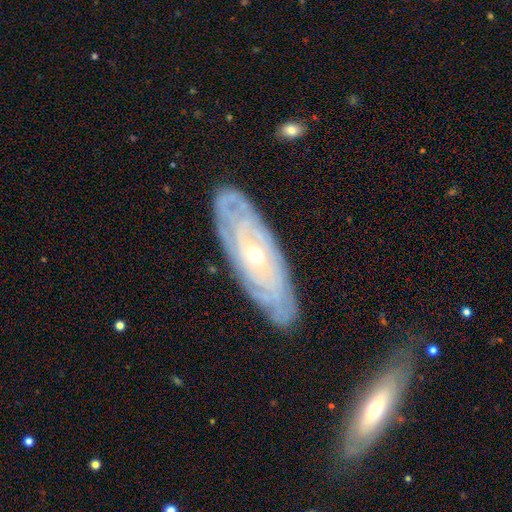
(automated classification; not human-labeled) Overall: featured or disk (84%). Edge-on disk: no (83%). Bar: no (77%). Spiral arms: yes (90%). Spiral arm count: can't tell (53%; 2 14%). Spiral winding: tight (82%). Bulge size: moderate (52%; small 44%). Merging: none (81%).